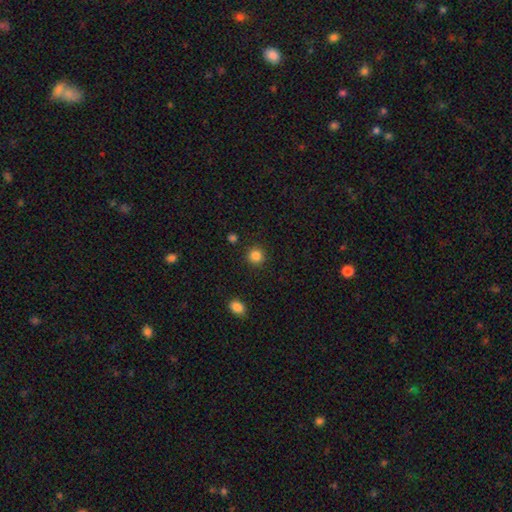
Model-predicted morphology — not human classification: smooth_or_featured: smooth (p=0.85) [alt: star or artifact p=0.11]
how_rounded: round (p=0.94) [alt: in between p=0.05]
merging: none (p=0.91) [alt: minor disturbance p=0.05]